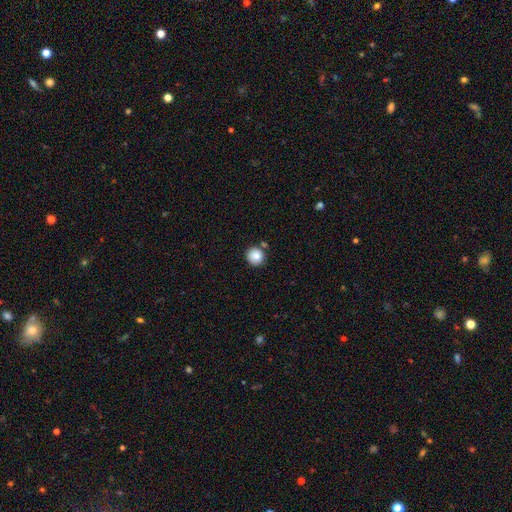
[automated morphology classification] The model was most divided on "merging": none: 81%, minor disturbance: 9%, merger: 8%, major disturbance: 2%. More confident: how rounded — round (94%); smooth or featured — smooth (86%).